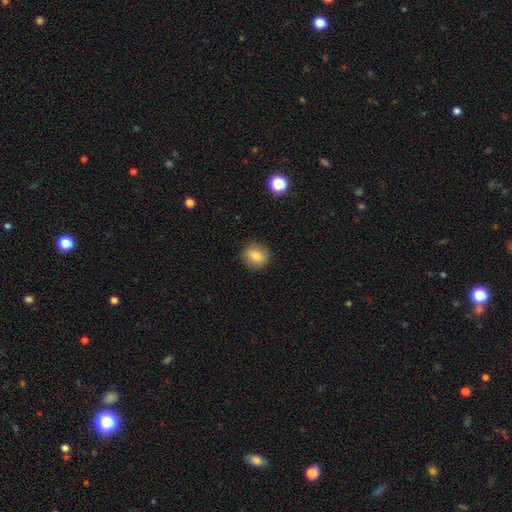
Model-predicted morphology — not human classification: smooth-or-featured: smooth: 79% | featured or disk: 11% | star or artifact: 10%
  how-rounded: round: 82% | in between: 17% | cigar-shaped: 1%
  merging: none: 89% | minor disturbance: 8% | major disturbance: 2% | merger: 1%